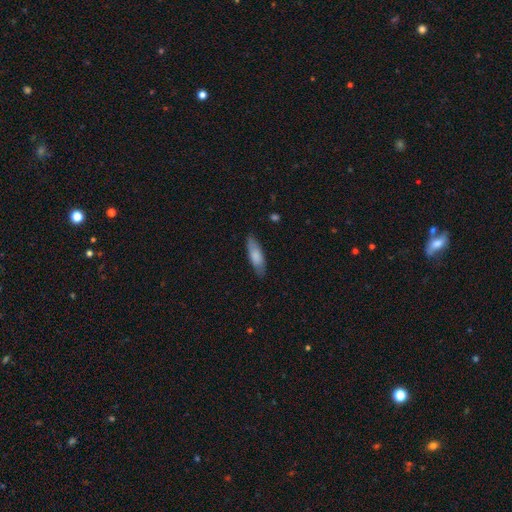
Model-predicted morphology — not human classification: smooth_or_featured: smooth (p=0.79) [alt: featured or disk p=0.15]
how_rounded: in between (p=0.51) [alt: cigar-shaped p=0.47]
merging: none (p=0.83) [alt: minor disturbance p=0.14]